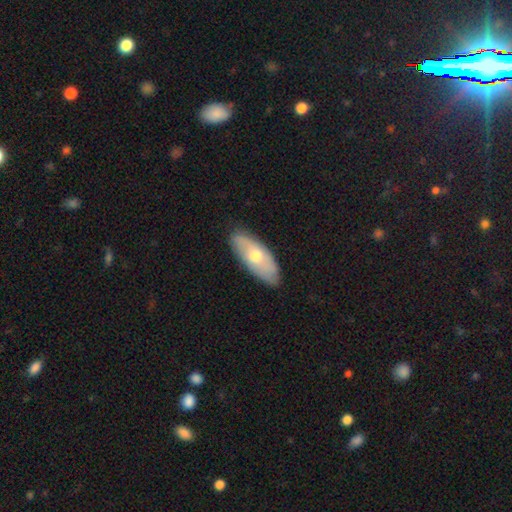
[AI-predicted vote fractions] smooth 56%, featured or disk 39%, star or artifact 6%. Down the decision tree: how rounded — in between (80%); merging — none (84%).